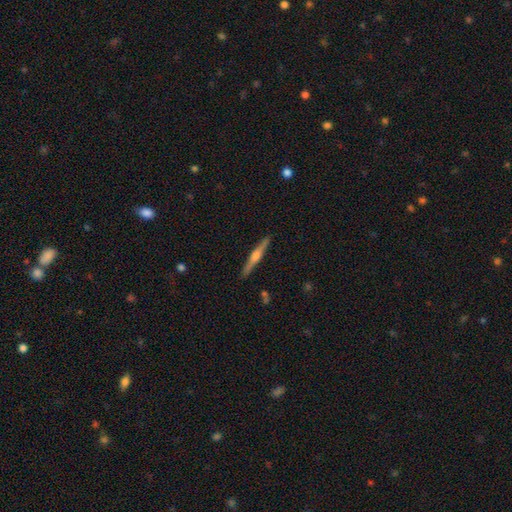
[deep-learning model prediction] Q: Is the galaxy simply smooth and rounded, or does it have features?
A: featured or disk — 70%.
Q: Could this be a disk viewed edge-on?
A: yes — 98%.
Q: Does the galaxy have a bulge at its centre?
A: rounded — 80%.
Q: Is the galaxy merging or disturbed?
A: none — 90%.